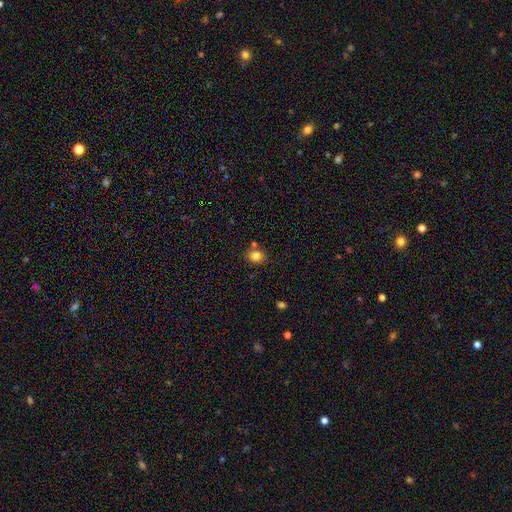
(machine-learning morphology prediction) Smooth or featured? Predicted: smooth (p=0.83). How rounded? Predicted: round (p=0.75). Merging? Predicted: none (p=0.77).